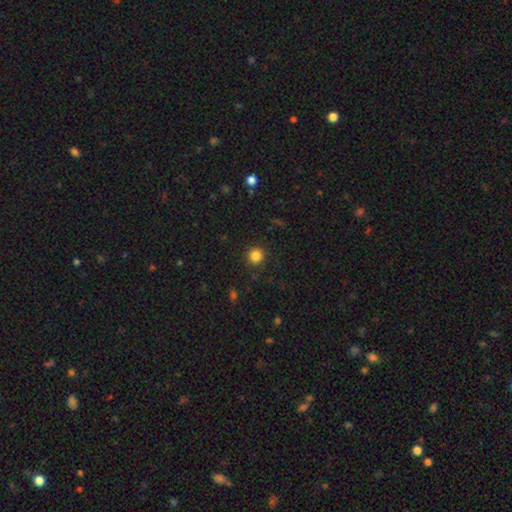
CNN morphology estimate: A smooth galaxy with no disk features (84%) that is round (95%).

Vote fractions:
- Smooth or featured? smooth: 84% / star or artifact: 12% / featured or disk: 4%
- How rounded? round: 95% / in between: 4% / cigar-shaped: 1%
- Merging? none: 90% / minor disturbance: 6% / major disturbance: 2% / merger: 1%